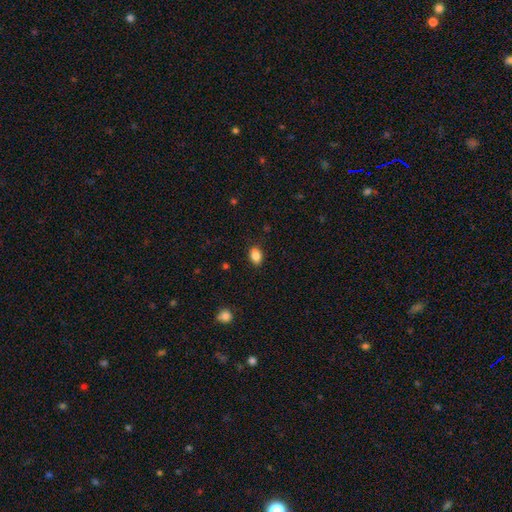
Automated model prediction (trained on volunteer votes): smooth 86%, star or artifact 9%, featured or disk 5%. Down the decision tree: how rounded — in between (84%); merging — none (86%).